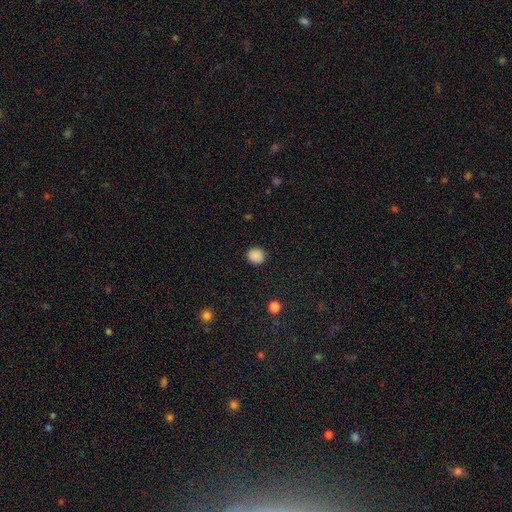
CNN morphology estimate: Q: Smooth or featured?
A: smooth (88%); runner-up: star or artifact (10%)
Q: How rounded?
A: round (80%); runner-up: in between (20%)
Q: Merging?
A: none (90%); runner-up: minor disturbance (7%)